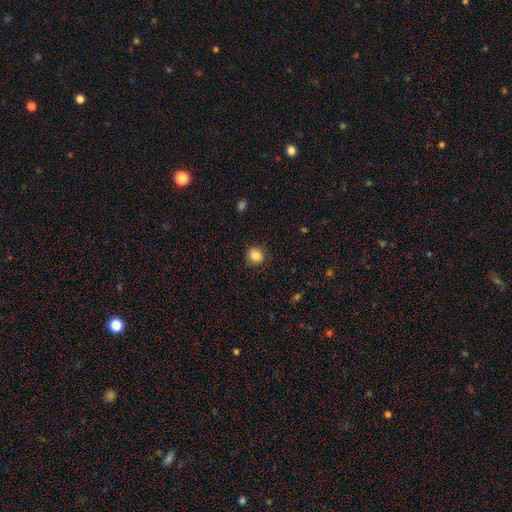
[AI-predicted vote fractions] A smooth galaxy with no disk features (84%) that is round (81%).

Vote fractions:
- Smooth or featured? smooth: 84% / star or artifact: 10% / featured or disk: 6%
- How rounded? round: 81% / in between: 18% / cigar-shaped: 1%
- Merging? none: 80% / minor disturbance: 15% / major disturbance: 4% / merger: 1%